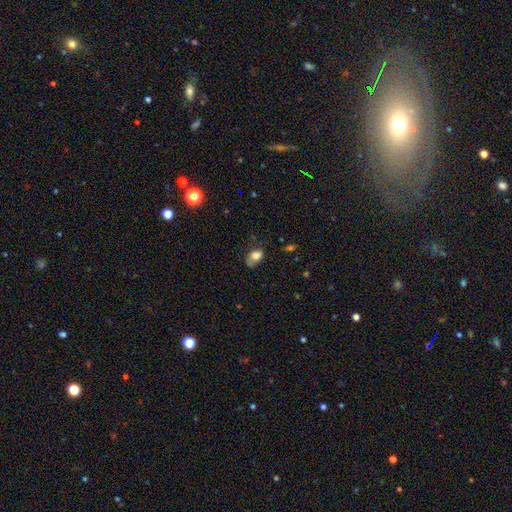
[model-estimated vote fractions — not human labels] Overall: smooth (74%). How rounded: in between (77%). Merging: none (39%; minor disturbance 35%).